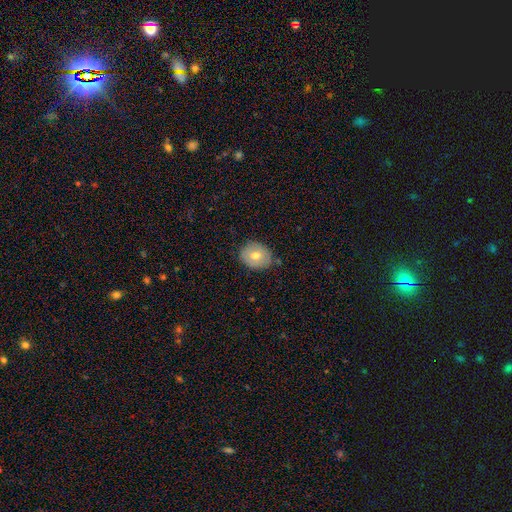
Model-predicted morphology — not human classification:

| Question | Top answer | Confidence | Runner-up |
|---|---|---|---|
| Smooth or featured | smooth | 68% | featured or disk (23%) |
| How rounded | round | 57% | in between (42%) |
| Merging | none | 77% | minor disturbance (18%) |